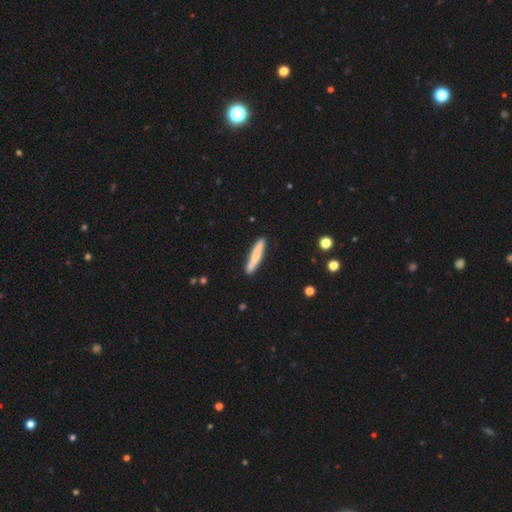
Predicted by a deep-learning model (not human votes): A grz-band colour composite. It shows a smooth galaxy with no disk features (72%) that is cigar-shaped (94%). Merging: none (86%).